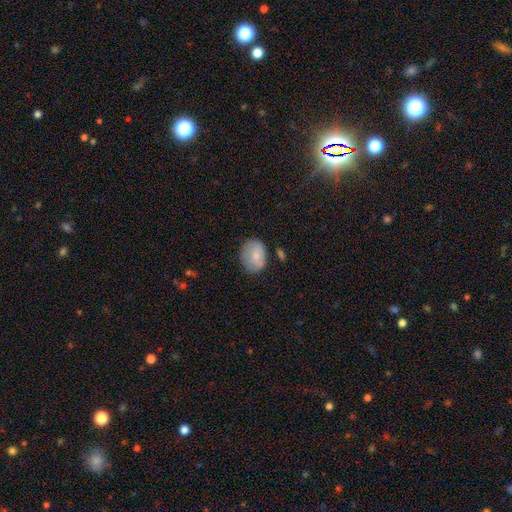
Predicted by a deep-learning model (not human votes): smooth_or_featured: smooth (p=0.78) [alt: featured or disk p=0.15]
how_rounded: in between (p=0.68) [alt: round p=0.31]
merging: none (p=0.66) [alt: minor disturbance p=0.23]